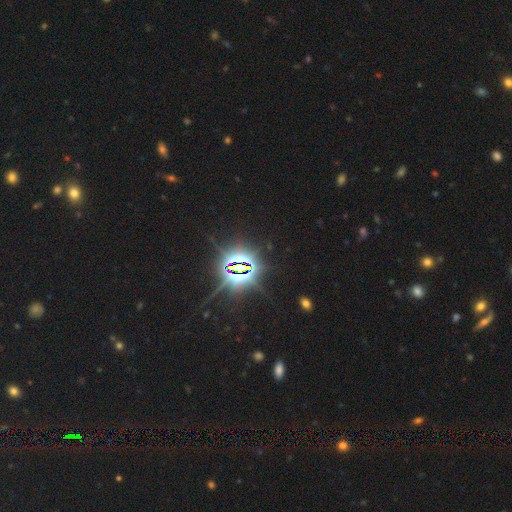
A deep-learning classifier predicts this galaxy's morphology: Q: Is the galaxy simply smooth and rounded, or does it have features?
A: star or artifact — 85%.